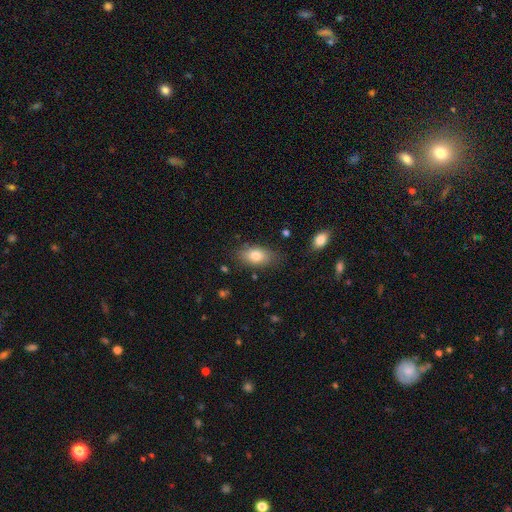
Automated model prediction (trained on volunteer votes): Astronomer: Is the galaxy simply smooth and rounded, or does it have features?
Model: smooth — 79%.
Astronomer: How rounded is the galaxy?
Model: in between — 88%.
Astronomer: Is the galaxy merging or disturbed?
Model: none — 80%.